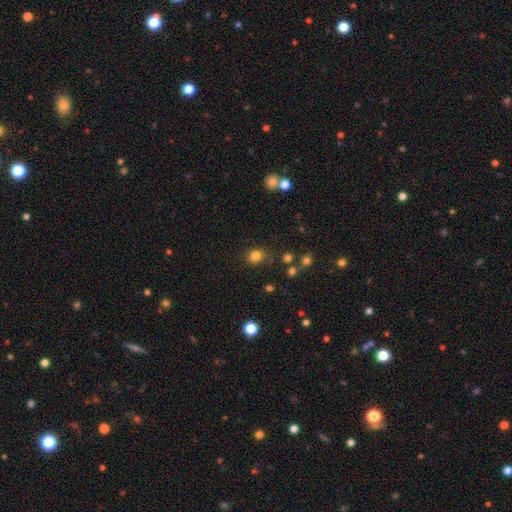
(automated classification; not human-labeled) This is clearly a smooth galaxy (82%). How rounded: likely round (72%). Merging: likely none (79%).